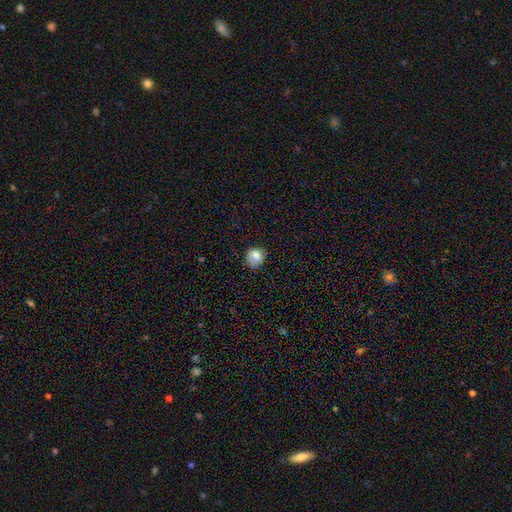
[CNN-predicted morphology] smooth_or_featured: smooth (p=0.80) [alt: star or artifact p=0.10]
how_rounded: round (p=0.74) [alt: in between p=0.25]
merging: none (p=0.68) [alt: minor disturbance p=0.24]